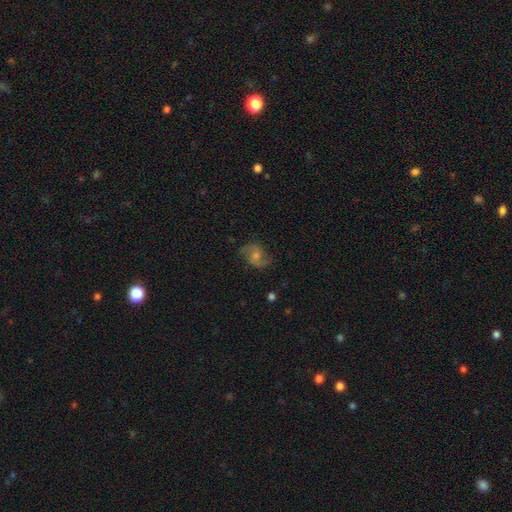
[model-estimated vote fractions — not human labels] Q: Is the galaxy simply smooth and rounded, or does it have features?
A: featured or disk — 71%.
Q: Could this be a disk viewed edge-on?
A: no — 97%.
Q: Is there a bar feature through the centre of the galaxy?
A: no — 57%.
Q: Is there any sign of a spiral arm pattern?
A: yes — 93%.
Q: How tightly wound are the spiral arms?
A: medium — 47%.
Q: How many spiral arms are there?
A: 2 — 87%.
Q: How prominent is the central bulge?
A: moderate — 52%.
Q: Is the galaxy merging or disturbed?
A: none — 77%.